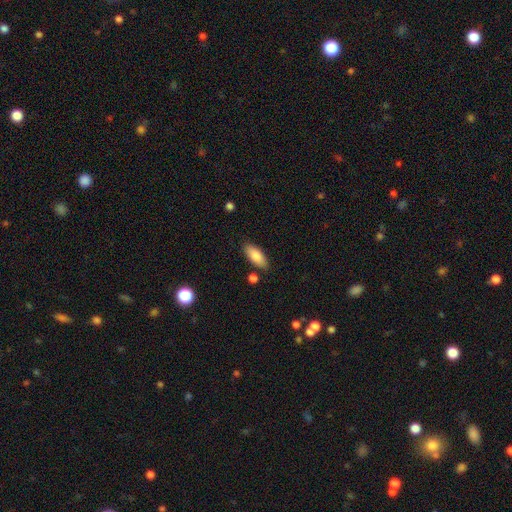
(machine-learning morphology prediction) smooth-or-featured: smooth: 83% | featured or disk: 11% | star or artifact: 6%
  how-rounded: in between: 82% | cigar-shaped: 16% | round: 2%
  merging: none: 82% | minor disturbance: 12% | merger: 4% | major disturbance: 2%